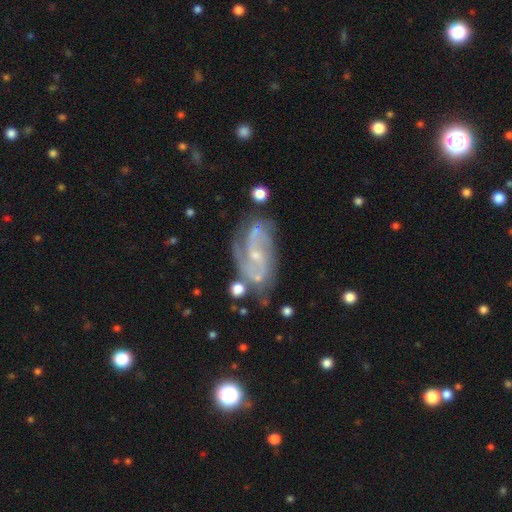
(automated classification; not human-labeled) Q: Smooth or featured?
A: featured or disk (87%); runner-up: smooth (7%)
Q: Edge-on disk?
A: no (96%); runner-up: yes (4%)
Q: Bar?
A: no (48%); runner-up: weak (40%)
Q: Spiral arms?
A: yes (96%); runner-up: no (4%)
Q: Spiral winding?
A: medium (50%); runner-up: tight (26%)
Q: Spiral arm count?
A: 2 (63%); runner-up: 3 (14%)
Q: Bulge size?
A: small (74%); runner-up: moderate (21%)
Q: Merging?
A: none (60%); runner-up: minor disturbance (22%)